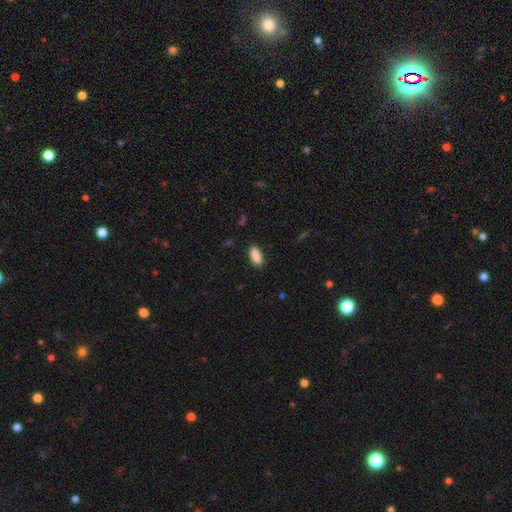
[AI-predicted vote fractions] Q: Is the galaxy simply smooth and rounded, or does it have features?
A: smooth — 89%.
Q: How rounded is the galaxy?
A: in between — 76%.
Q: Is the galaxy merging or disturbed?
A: none — 88%.